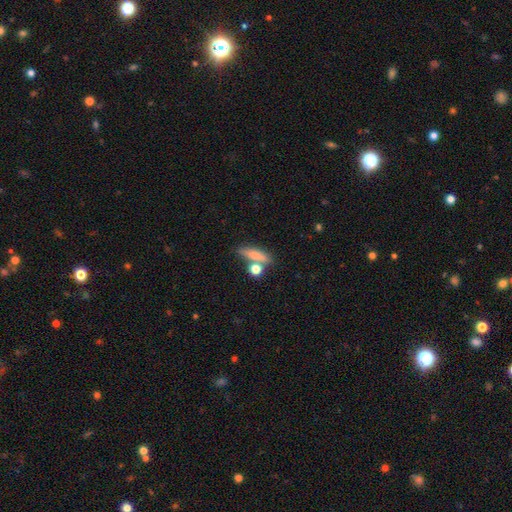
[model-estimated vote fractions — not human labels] smooth-or-featured: smooth: 74% | featured or disk: 16% | star or artifact: 9%
  how-rounded: cigar-shaped: 51% | in between: 34% | round: 15%
  merging: none: 58% | merger: 23% | minor disturbance: 13% | major disturbance: 6%